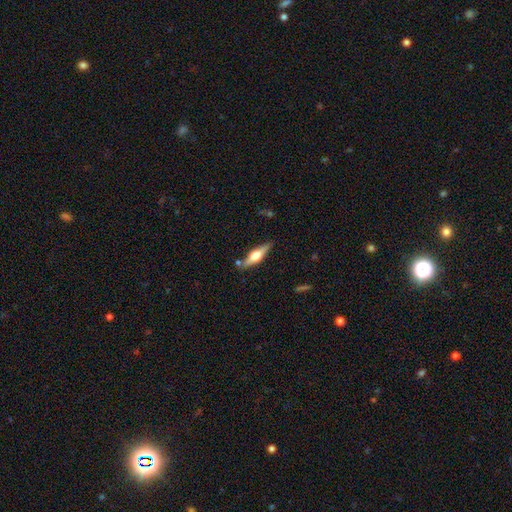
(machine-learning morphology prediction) type=featured or disk (63%); edge-on=yes (95%); edge-on bulge=rounded (93%); merging=none (82%).